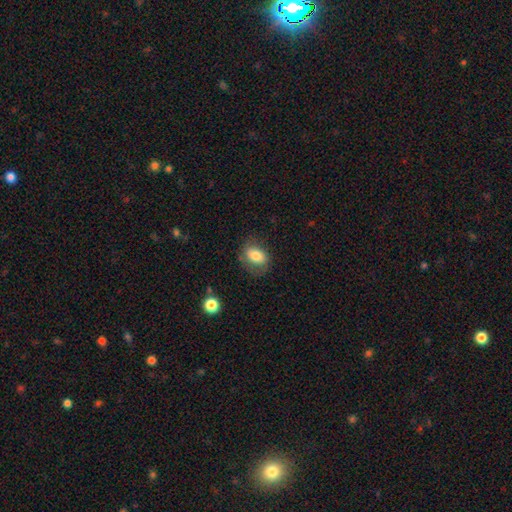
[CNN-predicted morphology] The model was most divided on "merging": none: 66%, minor disturbance: 22%, major disturbance: 11%, merger: 2%. More confident: how rounded — in between (77%); smooth or featured — smooth (77%).